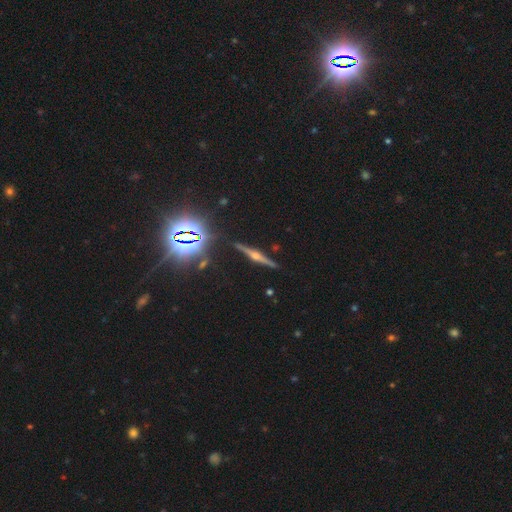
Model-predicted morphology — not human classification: Smooth or featured: featured or disk — 75% (star or artifact — 14%)
Edge-on disk: yes — 98% (no — 2%)
Edge-on bulge: rounded — 91% (boxy — 6%)
Merging: none — 90% (minor disturbance — 7%)